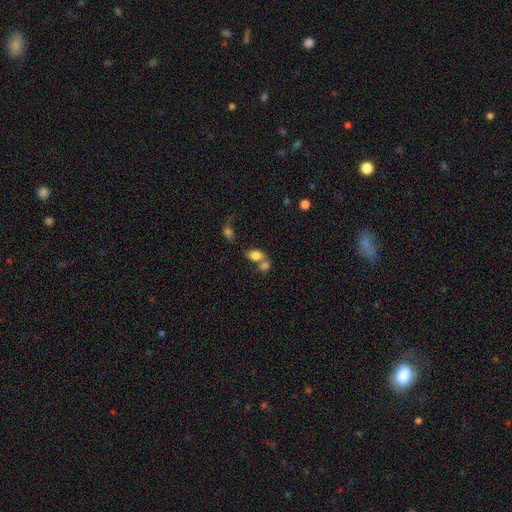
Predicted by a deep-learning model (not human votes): smooth 80%, featured or disk 10%, star or artifact 10%. Down the decision tree: how rounded — in between (82%); merging — merger (52%).